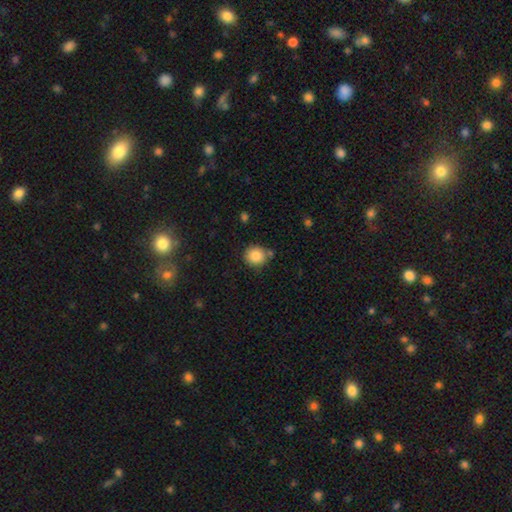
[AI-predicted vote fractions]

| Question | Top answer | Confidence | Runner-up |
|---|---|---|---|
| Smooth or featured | smooth | 86% | star or artifact (9%) |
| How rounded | round | 87% | in between (12%) |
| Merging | none | 75% | minor disturbance (12%) |